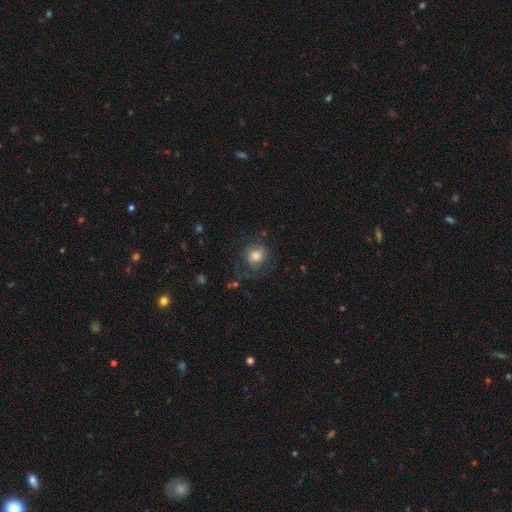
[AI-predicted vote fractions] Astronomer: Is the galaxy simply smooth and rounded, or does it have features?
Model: smooth — 69%.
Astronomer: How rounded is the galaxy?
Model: round — 82%.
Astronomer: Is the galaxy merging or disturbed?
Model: none — 61%.